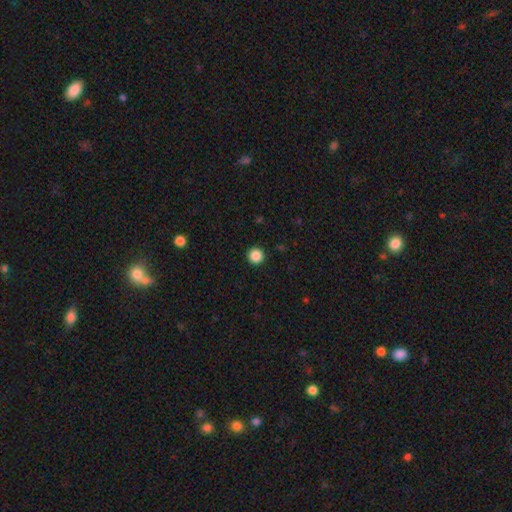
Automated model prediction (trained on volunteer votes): Overall: smooth (87%). How rounded: round (96%). Merging: none (94%).